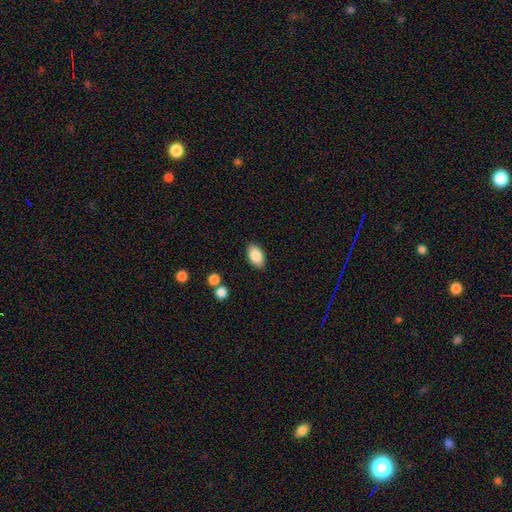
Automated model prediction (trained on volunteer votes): This is clearly a smooth galaxy (86%). How rounded: clearly in between (92%). Merging: clearly none (87%).